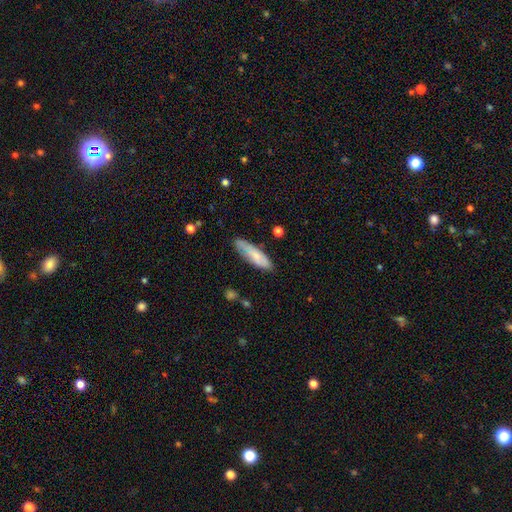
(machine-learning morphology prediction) This appears to be a smooth galaxy with no disk features (70%) that is cigar-shaped (58%). Merging: none (76%).